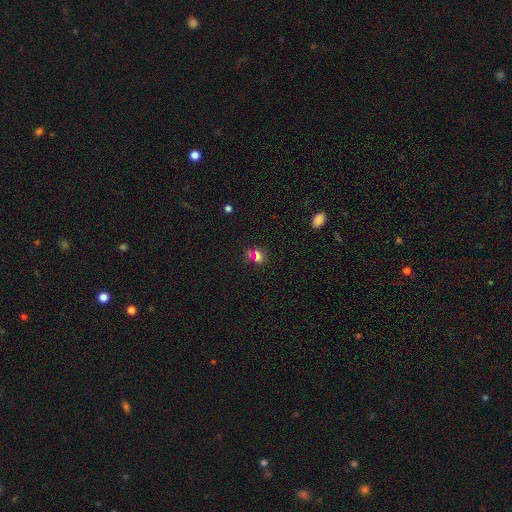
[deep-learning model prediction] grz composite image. It shows a smooth galaxy with no disk features (57%) that is round (62%). Merging: none (75%).